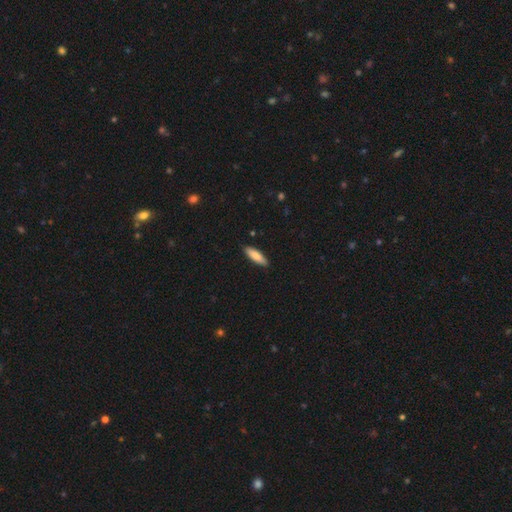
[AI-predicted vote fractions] Smooth or featured? Predicted: smooth (p=0.83). How rounded? Predicted: cigar-shaped (p=0.56). Merging? Predicted: none (p=0.89).